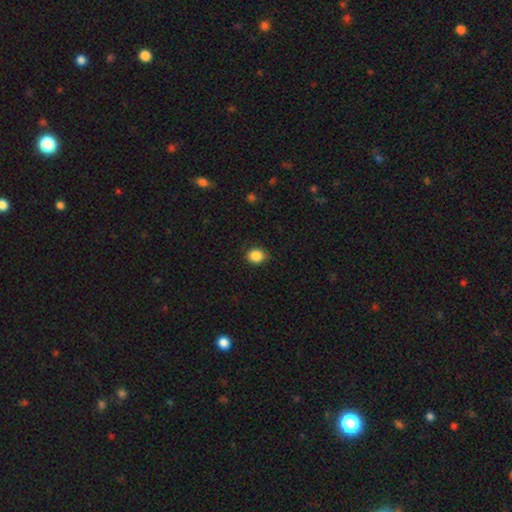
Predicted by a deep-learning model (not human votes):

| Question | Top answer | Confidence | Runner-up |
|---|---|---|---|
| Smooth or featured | smooth | 87% | star or artifact (9%) |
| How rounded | round | 64% | in between (35%) |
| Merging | none | 86% | minor disturbance (11%) |